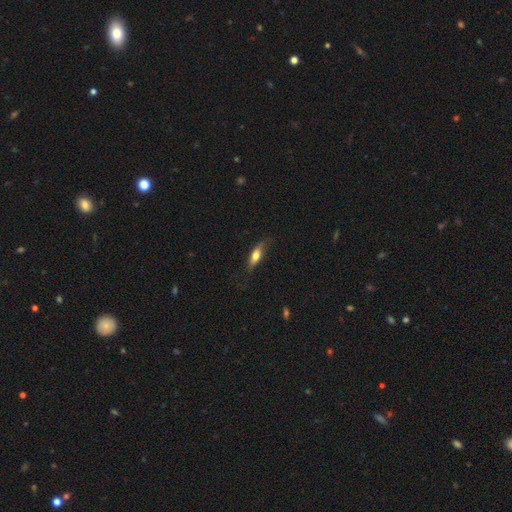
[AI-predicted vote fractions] This appears to be a smooth galaxy with no disk features (60%) that is cigar-shaped (51%). Merging: none (74%).